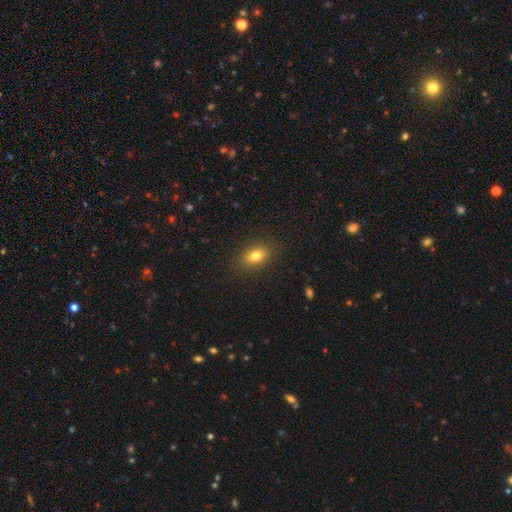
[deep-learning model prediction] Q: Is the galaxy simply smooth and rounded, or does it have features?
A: smooth — 80%.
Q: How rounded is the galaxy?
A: in between — 78%.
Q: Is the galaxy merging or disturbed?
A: none — 88%.